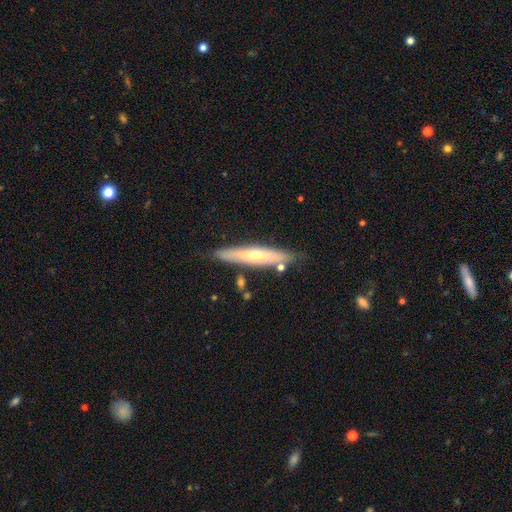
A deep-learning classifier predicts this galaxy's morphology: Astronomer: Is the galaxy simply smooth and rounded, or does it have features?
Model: featured or disk — 52% (runner-up: smooth, 41%).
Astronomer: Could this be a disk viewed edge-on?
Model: yes — 84%.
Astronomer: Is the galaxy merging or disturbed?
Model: none — 81%.